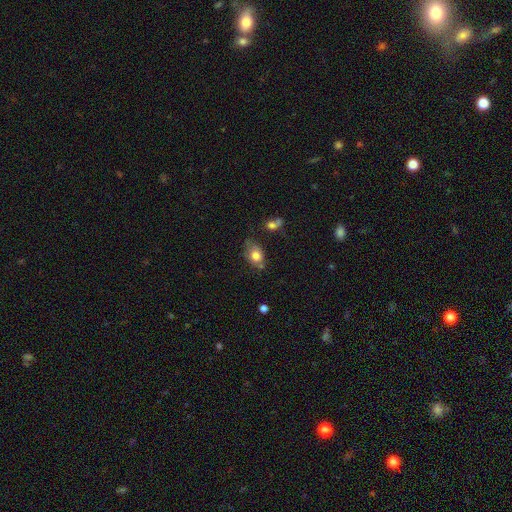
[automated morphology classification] Overall: smooth (77%). How rounded: in between (66%; round 32%). Merging: none (52%; minor disturbance 29%).